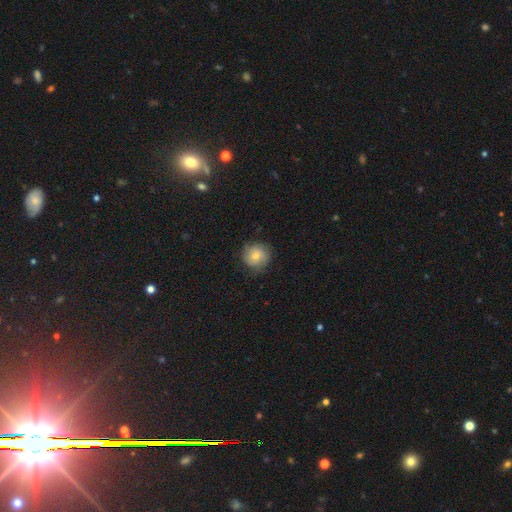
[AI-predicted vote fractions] Smooth or featured? Predicted: smooth (p=0.68). How rounded? Predicted: round (p=0.91). Merging? Predicted: none (p=0.75).